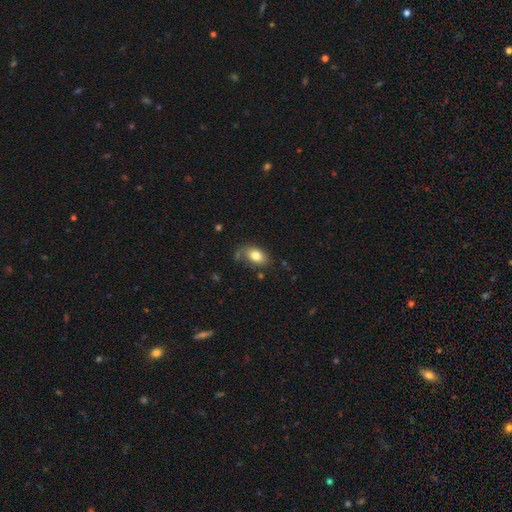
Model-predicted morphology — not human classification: smooth 78%, featured or disk 14%, star or artifact 8%. Down the decision tree: how rounded — in between (86%); merging — none (64%).